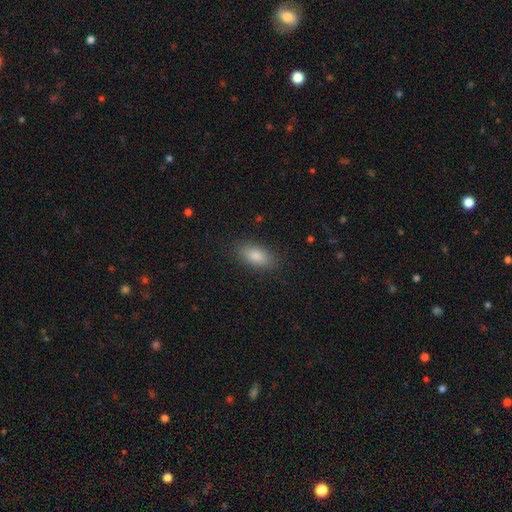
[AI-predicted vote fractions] Smooth or featured? smooth (83%)
How rounded? in between (88%)
Merging? none (87%)